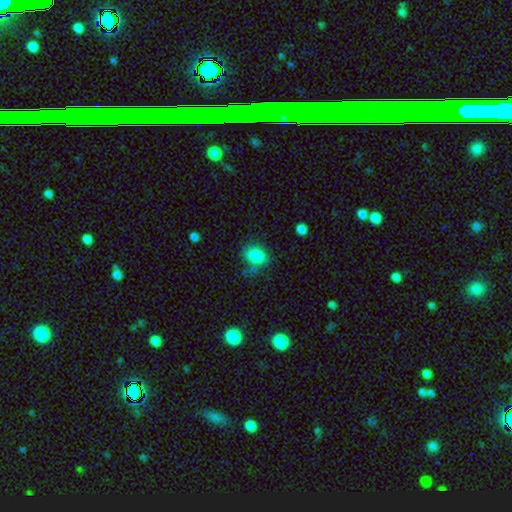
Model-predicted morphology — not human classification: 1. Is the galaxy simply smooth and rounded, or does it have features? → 85% smooth, 9% star or artifact, 6% featured or disk.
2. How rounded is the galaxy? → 64% in between, 35% round, 1% cigar-shaped.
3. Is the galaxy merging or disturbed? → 71% none, 18% minor disturbance, 6% merger, 6% major disturbance.